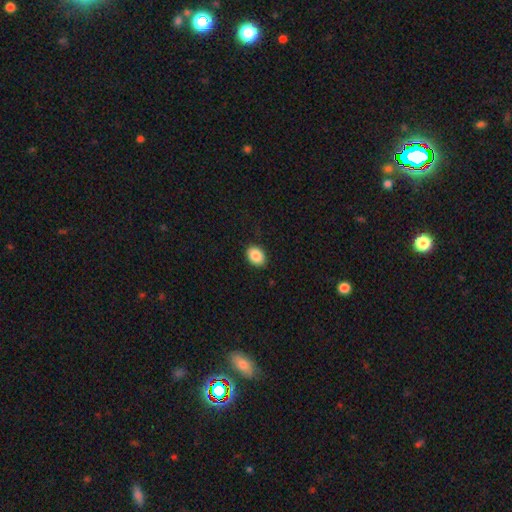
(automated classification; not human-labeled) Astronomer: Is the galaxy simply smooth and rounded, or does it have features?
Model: smooth — 88%.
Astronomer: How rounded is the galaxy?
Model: in between — 76%.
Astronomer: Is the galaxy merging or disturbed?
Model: none — 89%.